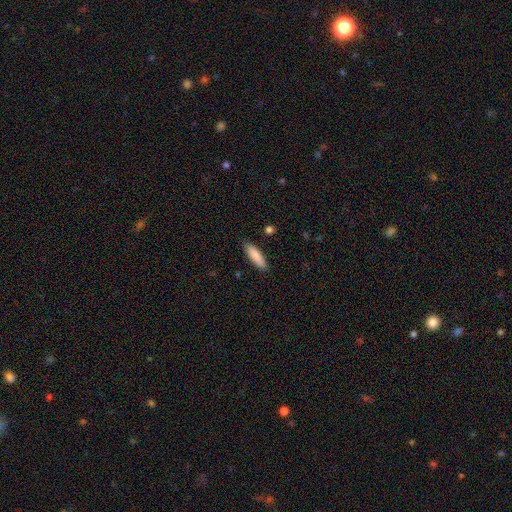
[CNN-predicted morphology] Smooth or featured: smooth — 86% (featured or disk — 8%)
How rounded: cigar-shaped — 59% (in between — 39%)
Merging: none — 87% (minor disturbance — 10%)